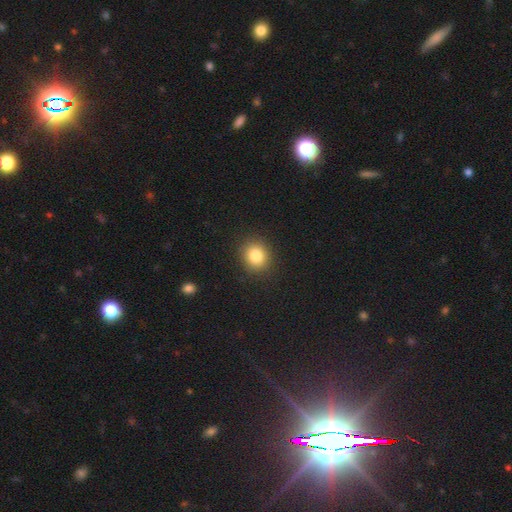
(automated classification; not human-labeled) smooth_or_featured: smooth (p=0.84) [alt: star or artifact p=0.10]
how_rounded: round (p=0.76) [alt: in between p=0.23]
merging: none (p=0.89) [alt: minor disturbance p=0.07]